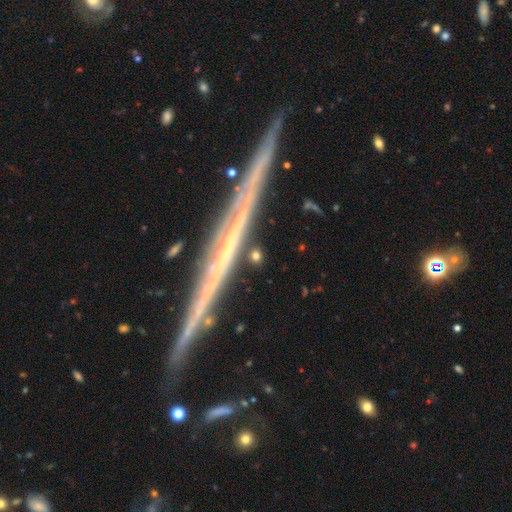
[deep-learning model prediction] smooth_or_featured: smooth (p=0.53) [alt: featured or disk p=0.32]
how_rounded: cigar-shaped (p=0.43) [alt: round p=0.38]
merging: none (p=0.81) [alt: minor disturbance p=0.11]